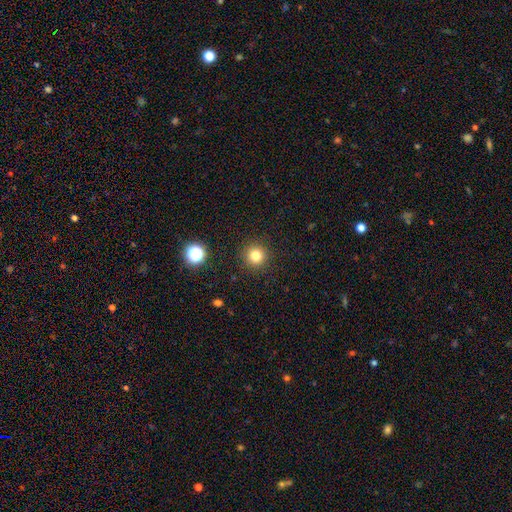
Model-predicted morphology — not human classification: A smooth galaxy with no disk features (80%) that is round (95%). Merging: none (91%).